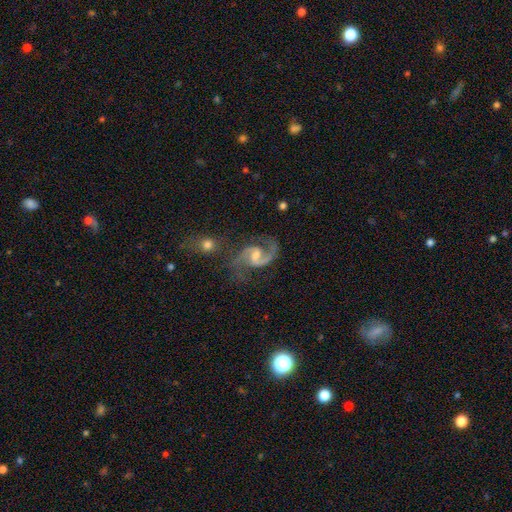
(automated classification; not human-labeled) A featured or disk galaxy (91%) with a weak bar (54%), 2 (92%) medium (59%) spiral arms (98%) and a moderate central bulge (46%).

Vote fractions:
- Smooth or featured? featured or disk: 91% / star or artifact: 5% / smooth: 3%
- Edge-on disk? no: 98% / yes: 2%
- Bar? weak: 54% / no: 29% / strong: 17%
- Spiral arms? yes: 98% / no: 2%
- Spiral winding? medium: 59% / loose: 32% / tight: 10%
- Spiral arm count? 2: 92% / 1: 3% / can't tell: 2% / 3: 1% / 4: 1% / more than 4: 1%
- Bulge size? moderate: 46% / small: 44% / none: 6% / large: 3% / dominant: 1%
- Merging? none: 66% / minor disturbance: 17% / major disturbance: 11% / merger: 6%